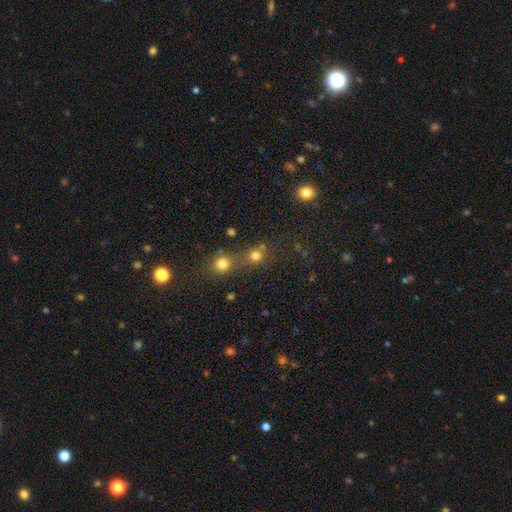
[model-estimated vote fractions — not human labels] This is likely a smooth galaxy (75%). How rounded: clearly round (88%). Merging: possibly none (54%).